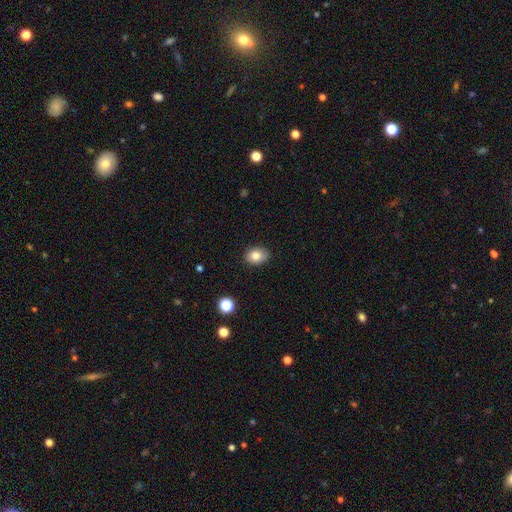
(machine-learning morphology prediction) smooth-or-featured: smooth: 82% | star or artifact: 9% | featured or disk: 9%
  how-rounded: in between: 59% | round: 40% | cigar-shaped: 1%
  merging: none: 88% | minor disturbance: 9% | major disturbance: 2% | merger: 1%